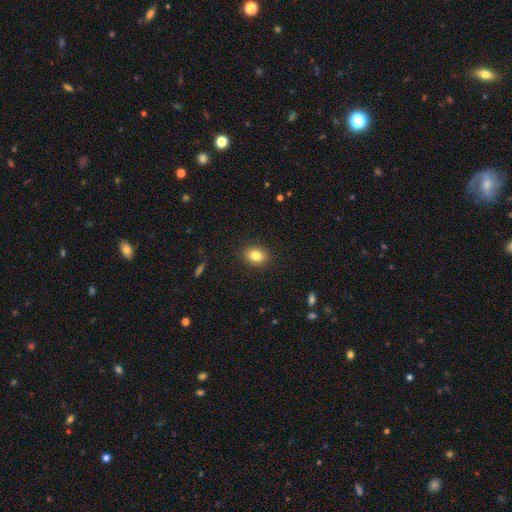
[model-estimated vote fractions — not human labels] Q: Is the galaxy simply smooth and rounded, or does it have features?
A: smooth — 83%.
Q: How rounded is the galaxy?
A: in between — 61%.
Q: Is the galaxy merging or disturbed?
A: none — 89%.